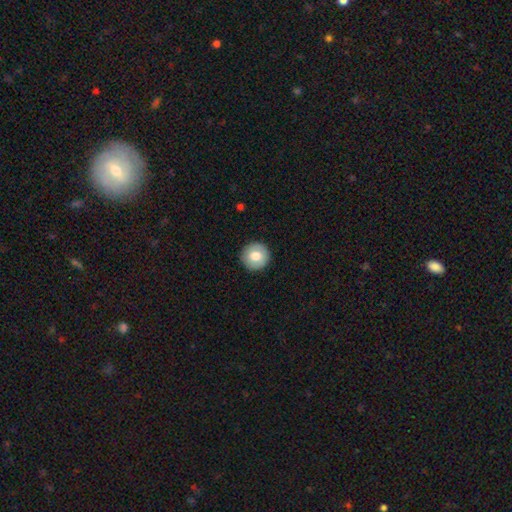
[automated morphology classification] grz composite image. It shows a smooth galaxy with no disk features (75%) that is round (94%). Merging: none (91%).